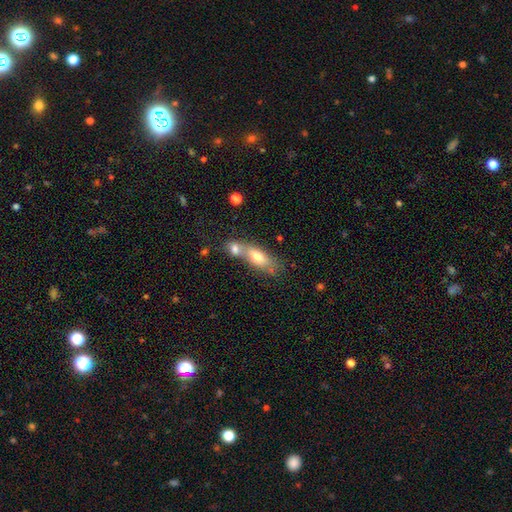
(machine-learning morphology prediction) Smooth or featured?
  - smooth: 69% *
  - featured or disk: 23%
  - star or artifact: 8%
How rounded?
  - in between: 71% *
  - cigar-shaped: 23%
  - round: 6%
Merging?
  - merger: 56% *
  - none: 31%
  - minor disturbance: 9%
  - major disturbance: 4%